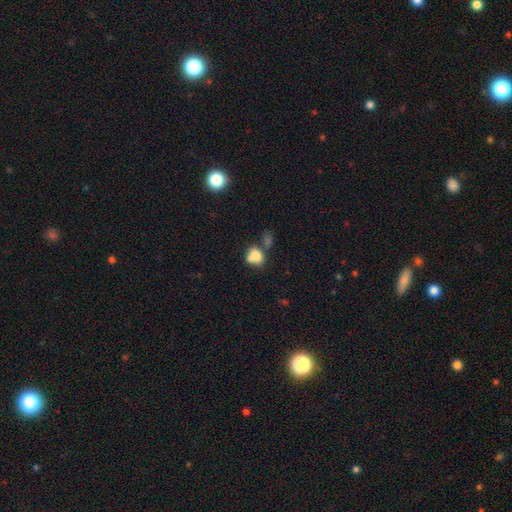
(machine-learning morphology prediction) A smooth galaxy with no disk features (70%) that is in between round and cigar-shaped (62%).

Vote fractions:
- Smooth or featured? smooth: 70% / featured or disk: 19% / star or artifact: 11%
- How rounded? in between: 62% / round: 36% / cigar-shaped: 2%
- Merging? merger: 50% / none: 29% / minor disturbance: 13% / major disturbance: 8%